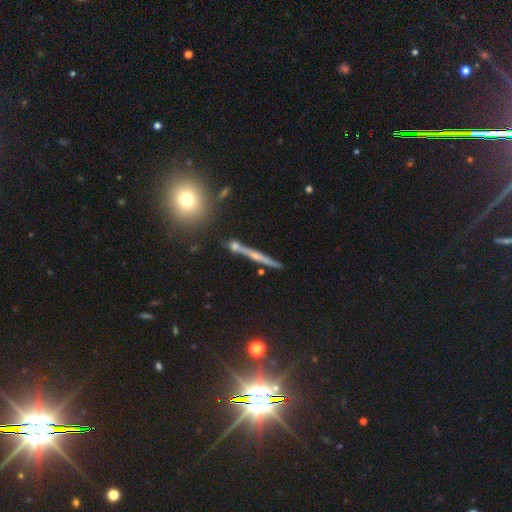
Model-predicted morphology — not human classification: Smooth or featured: featured or disk — 67% (smooth — 23%)
Edge-on disk: yes — 96% (no — 4%)
Edge-on bulge: rounded — 55% (none — 36%)
Merging: none — 83% (minor disturbance — 9%)